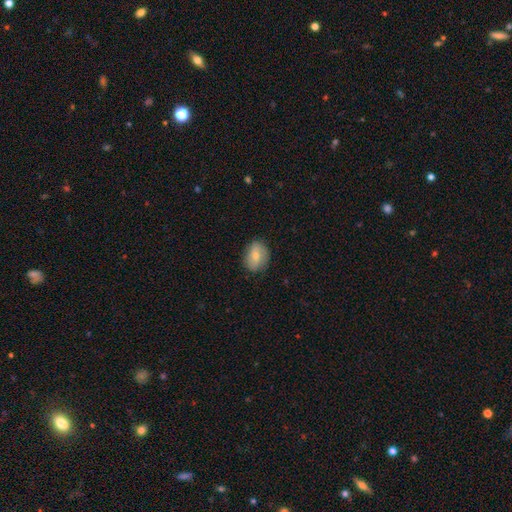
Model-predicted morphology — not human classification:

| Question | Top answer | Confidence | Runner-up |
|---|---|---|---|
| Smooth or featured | smooth | 66% | featured or disk (27%) |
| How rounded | in between | 60% | round (38%) |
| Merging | none | 81% | minor disturbance (15%) |